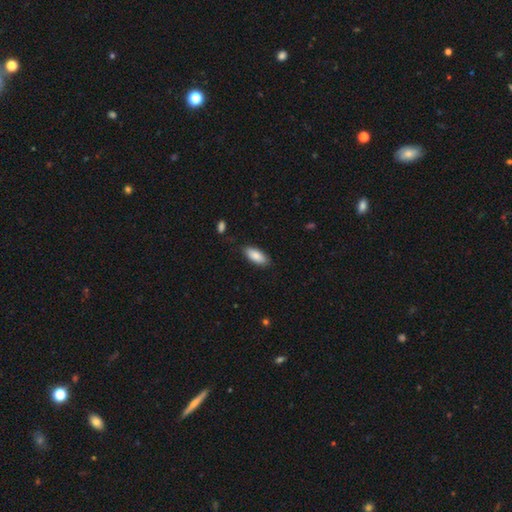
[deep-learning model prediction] Smooth or featured? Predicted: smooth (p=0.86). How rounded? Predicted: in between (p=0.83). Merging? Predicted: none (p=0.83).